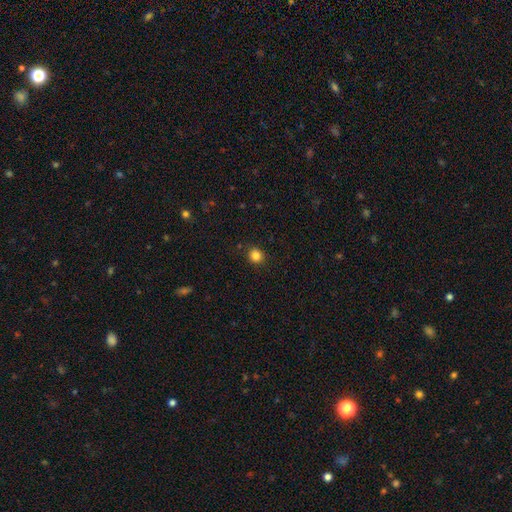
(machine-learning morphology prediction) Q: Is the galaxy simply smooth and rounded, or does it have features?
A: smooth — 84%.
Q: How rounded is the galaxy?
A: round — 85%.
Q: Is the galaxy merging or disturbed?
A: none — 89%.